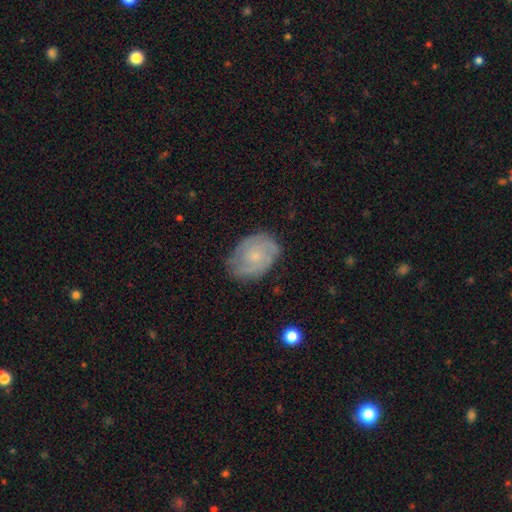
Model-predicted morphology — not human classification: The model was most divided on "spiral arm count": can't tell: 36%, 2: 31%, 3: 18%, 4: 6%, 1: 5%, more than 4: 4%. More confident: edge-on disk — no (97%); spiral arms — yes (88%); bar — no (78%); merging — none (73%); bulge size — small (72%); smooth or featured — featured or disk (65%); spiral winding — tight (54%).